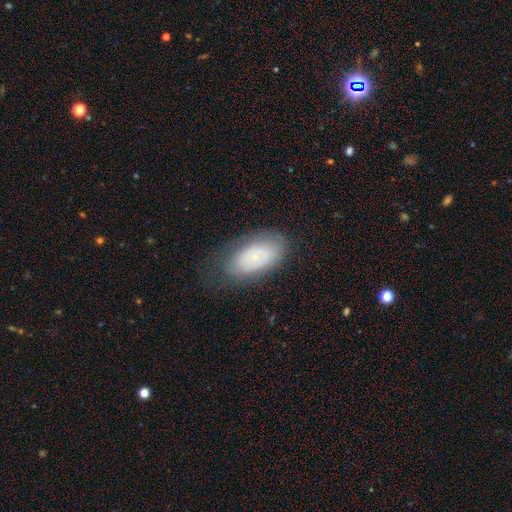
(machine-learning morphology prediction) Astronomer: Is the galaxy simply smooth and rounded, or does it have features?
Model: smooth — 67%.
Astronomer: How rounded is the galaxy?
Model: in between — 93%.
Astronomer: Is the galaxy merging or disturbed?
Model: none — 60%.